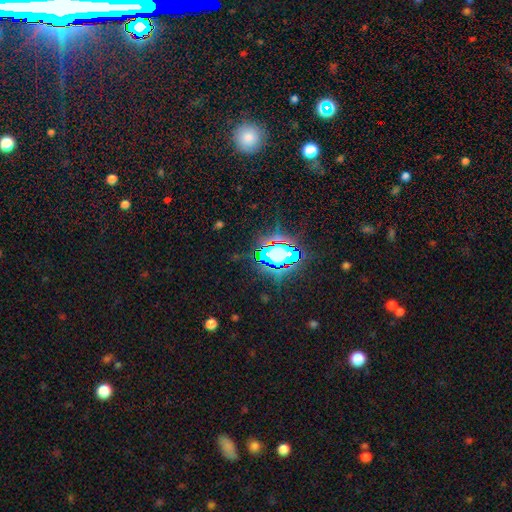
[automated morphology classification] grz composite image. It shows a star or artifact, not a galaxy (79%).